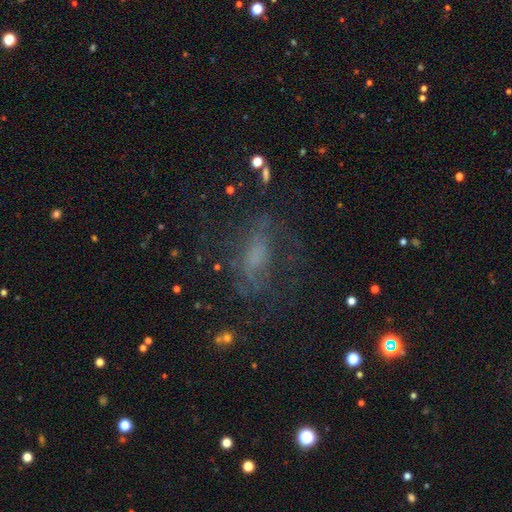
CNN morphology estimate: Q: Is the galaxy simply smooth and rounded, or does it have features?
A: featured or disk — 47%.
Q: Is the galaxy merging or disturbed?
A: none — 55%.